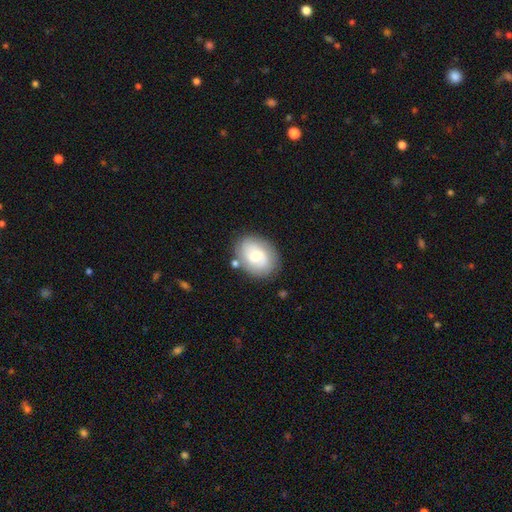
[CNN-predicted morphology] Overall: smooth (48%; featured or disk 45%). Merging: none (76%).